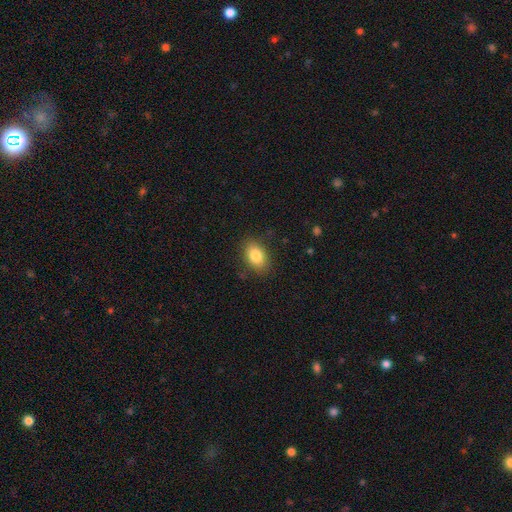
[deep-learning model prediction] smooth-or-featured: smooth: 83% | featured or disk: 9% | star or artifact: 8%
  how-rounded: in between: 85% | round: 14% | cigar-shaped: 1%
  merging: none: 85% | minor disturbance: 11% | major disturbance: 3% | merger: 1%